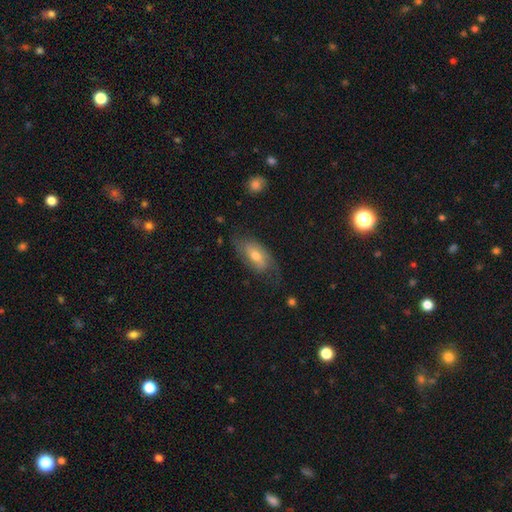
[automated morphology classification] This appears to be a smooth galaxy with no disk features (50%). Merging: none (62%).